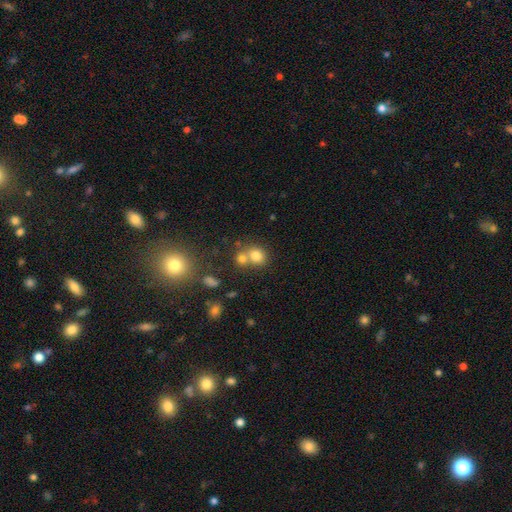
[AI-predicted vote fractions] Smooth or featured: smooth — 78% (star or artifact — 13%)
How rounded: round — 74% (in between — 25%)
Merging: none — 45% (merger — 43%)